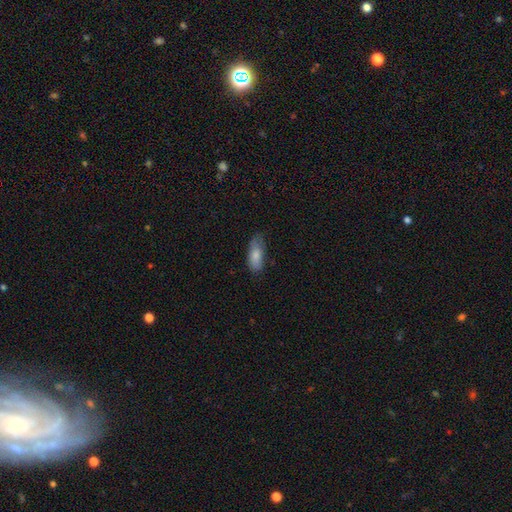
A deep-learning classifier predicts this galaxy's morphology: This is clearly a smooth galaxy (80%). How rounded: likely in between (76%). Merging: likely none (66%).